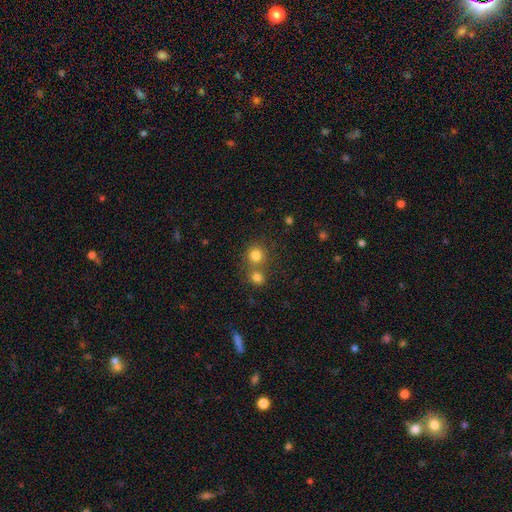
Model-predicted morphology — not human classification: Smooth or featured? Predicted: smooth (p=0.80). How rounded? Predicted: round (p=0.86). Merging? Predicted: none (p=0.51).